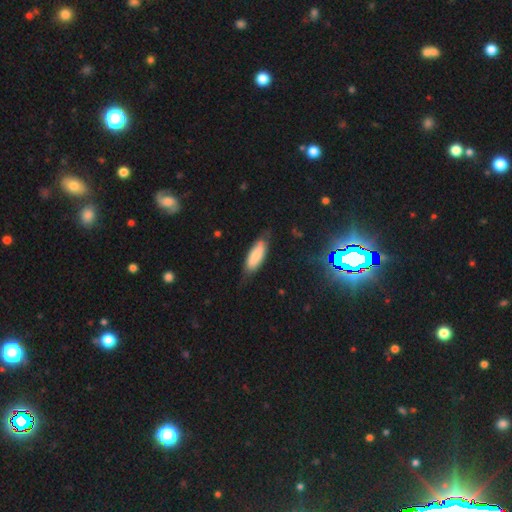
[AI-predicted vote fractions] Smooth or featured? smooth (77%)
How rounded? in between (66%)
Merging? none (66%)